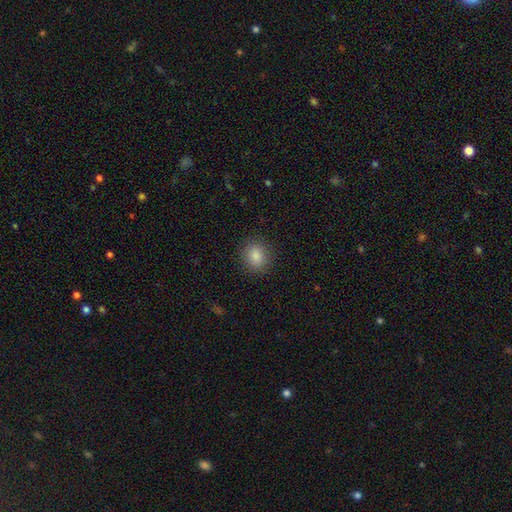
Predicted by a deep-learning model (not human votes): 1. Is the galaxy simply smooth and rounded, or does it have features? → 85% smooth, 11% star or artifact, 5% featured or disk.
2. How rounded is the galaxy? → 65% round, 34% in between, 1% cigar-shaped.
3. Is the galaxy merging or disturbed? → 90% none, 7% minor disturbance, 2% major disturbance, 1% merger.